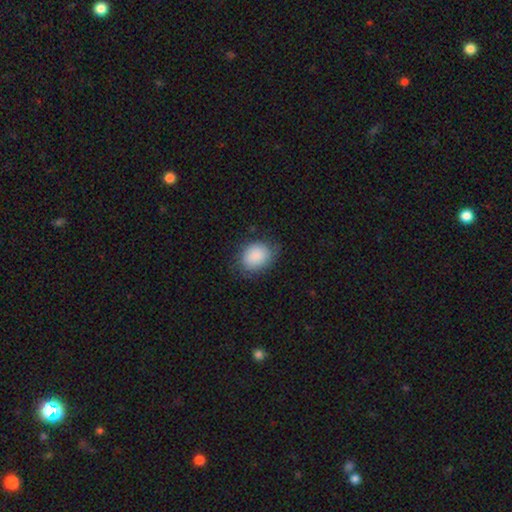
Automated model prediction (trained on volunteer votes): smooth_or_featured: smooth (p=0.87) [alt: star or artifact p=0.07]
how_rounded: in between (p=0.53) [alt: round p=0.46]
merging: none (p=0.72) [alt: minor disturbance p=0.21]